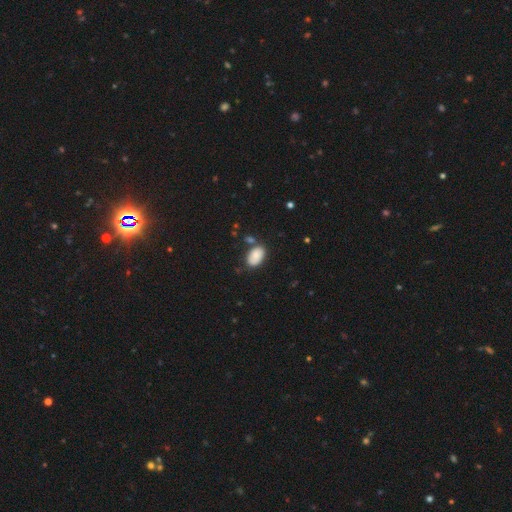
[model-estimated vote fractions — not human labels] Q: Smooth or featured?
A: smooth (83%); runner-up: featured or disk (9%)
Q: How rounded?
A: in between (92%); runner-up: round (6%)
Q: Merging?
A: none (71%); runner-up: minor disturbance (17%)